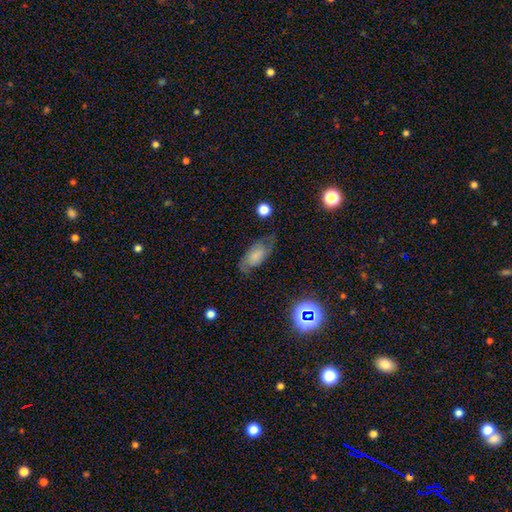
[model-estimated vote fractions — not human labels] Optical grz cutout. It shows a featured or disk galaxy (46%). Merging: none (65%).